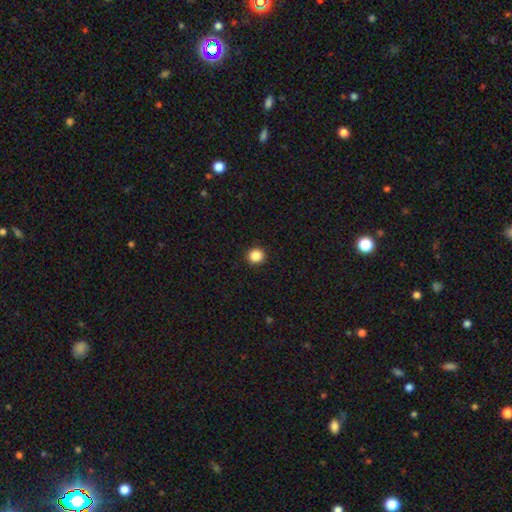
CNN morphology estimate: This is clearly a smooth galaxy (87%). How rounded: clearly round (93%). Merging: clearly none (93%).